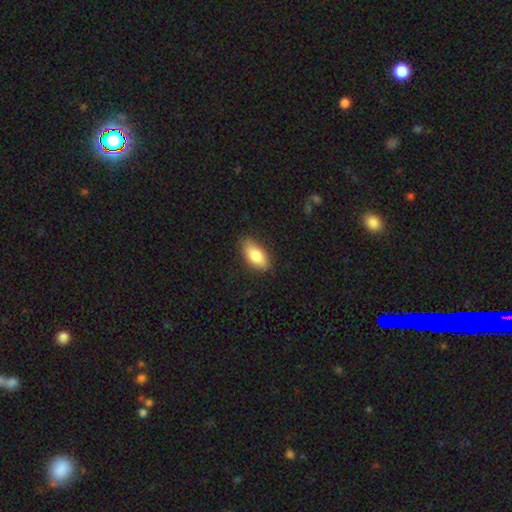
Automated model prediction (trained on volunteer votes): This appears to be a smooth galaxy with no disk features (81%) that is in between round and cigar-shaped (86%). Merging: none (84%).